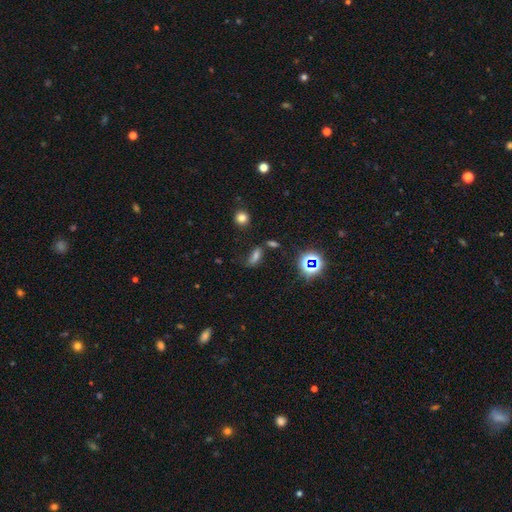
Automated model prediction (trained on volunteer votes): This is possibly a smooth galaxy (55%). How rounded: likely in between (67%). Merging: possibly none (59%).